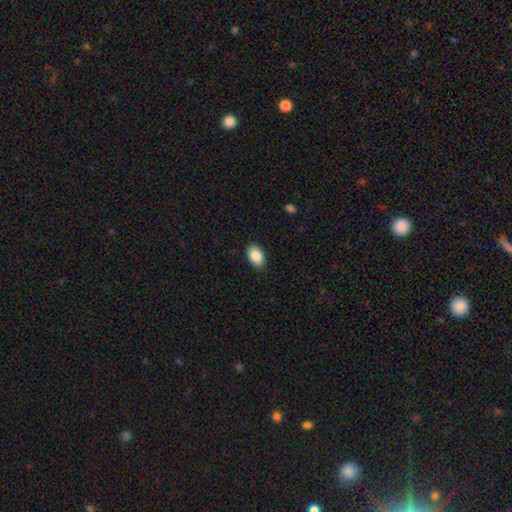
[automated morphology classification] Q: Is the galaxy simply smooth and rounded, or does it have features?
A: smooth — 89%.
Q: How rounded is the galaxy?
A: in between — 91%.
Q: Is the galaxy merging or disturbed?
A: none — 89%.